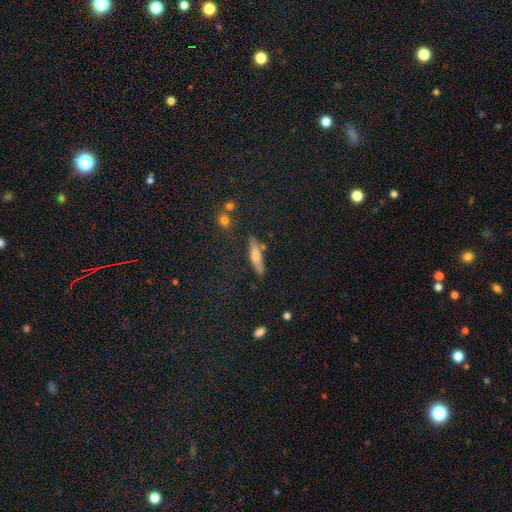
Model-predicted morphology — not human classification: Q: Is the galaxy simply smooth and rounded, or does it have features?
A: smooth — 56%.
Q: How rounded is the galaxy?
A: cigar-shaped — 74%.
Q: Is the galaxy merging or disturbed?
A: none — 79%.